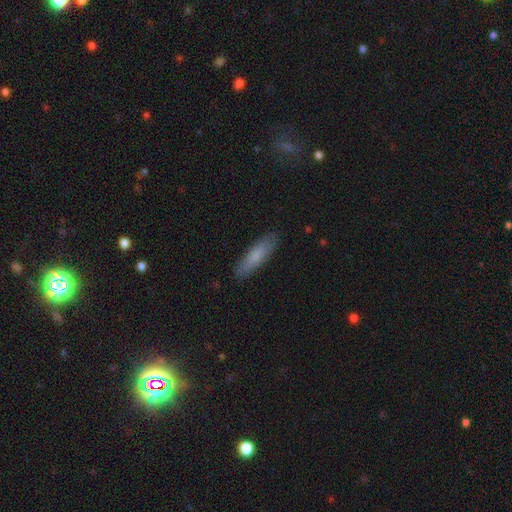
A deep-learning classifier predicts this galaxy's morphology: A smooth galaxy with no disk features (76%) that is cigar-shaped (69%). Merging: none (86%).